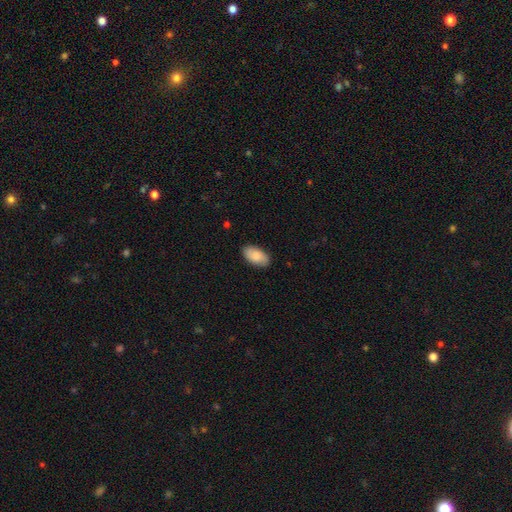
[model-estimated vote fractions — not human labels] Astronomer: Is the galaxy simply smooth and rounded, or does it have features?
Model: smooth — 83%.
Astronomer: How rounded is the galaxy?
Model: in between — 95%.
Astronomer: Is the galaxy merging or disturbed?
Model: none — 86%.